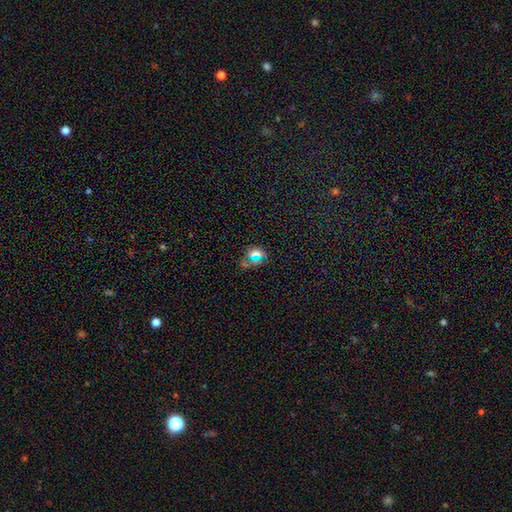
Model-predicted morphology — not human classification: smooth-or-featured: smooth: 50% | star or artifact: 37% | featured or disk: 13%
  merging: none: 60% | minor disturbance: 18% | major disturbance: 12% | merger: 10%